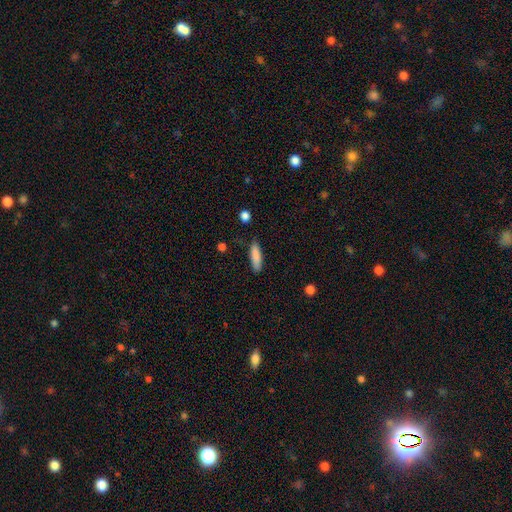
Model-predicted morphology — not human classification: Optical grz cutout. It shows a smooth galaxy with no disk features (85%) that is cigar-shaped (66%). Merging: none (82%).